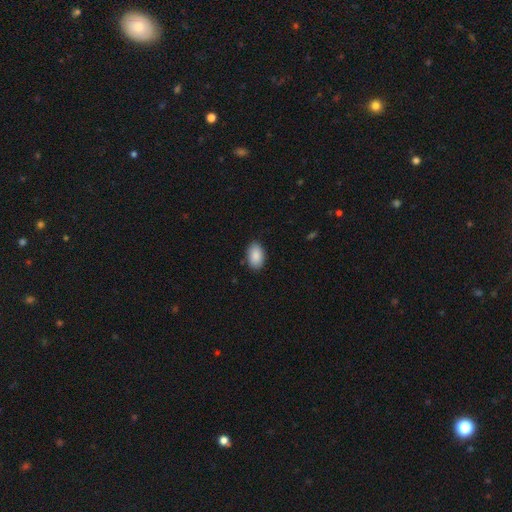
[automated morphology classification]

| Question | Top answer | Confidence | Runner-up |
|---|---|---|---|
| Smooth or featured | smooth | 89% | star or artifact (7%) |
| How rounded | in between | 92% | round (6%) |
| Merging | none | 87% | minor disturbance (10%) |